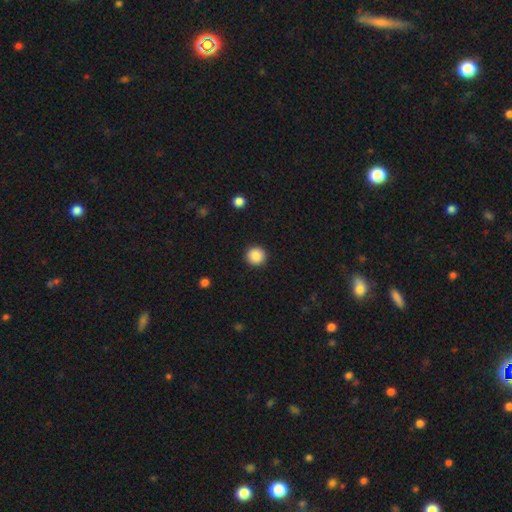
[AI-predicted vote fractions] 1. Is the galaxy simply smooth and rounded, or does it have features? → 89% smooth, 9% star or artifact, 3% featured or disk.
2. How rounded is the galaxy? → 95% round, 4% in between, 1% cigar-shaped.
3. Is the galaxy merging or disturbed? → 93% none, 5% minor disturbance, 2% major disturbance, 1% merger.